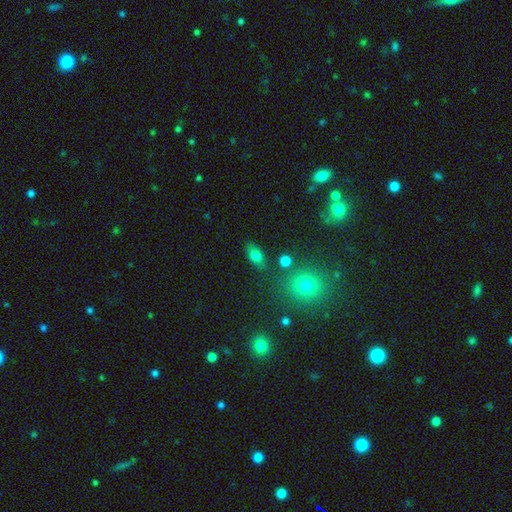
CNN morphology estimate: type=smooth (79%); roundness=in between (82%); merging=none (78%).